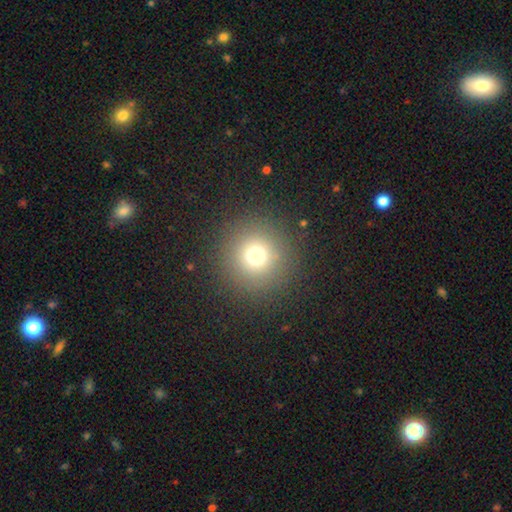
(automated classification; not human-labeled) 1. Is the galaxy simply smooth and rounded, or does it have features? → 71% smooth, 20% star or artifact, 9% featured or disk.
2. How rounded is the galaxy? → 96% round, 3% in between, 1% cigar-shaped.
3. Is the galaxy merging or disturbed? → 89% none, 6% minor disturbance, 4% major disturbance, 1% merger.